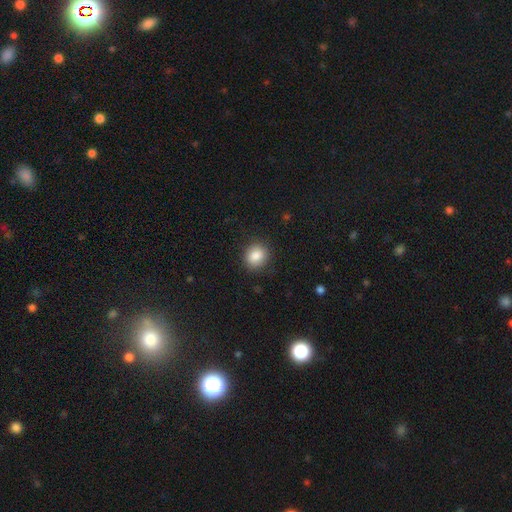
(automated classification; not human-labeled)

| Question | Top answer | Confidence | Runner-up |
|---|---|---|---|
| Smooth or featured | smooth | 86% | star or artifact (9%) |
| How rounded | round | 74% | in between (26%) |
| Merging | none | 87% | minor disturbance (9%) |